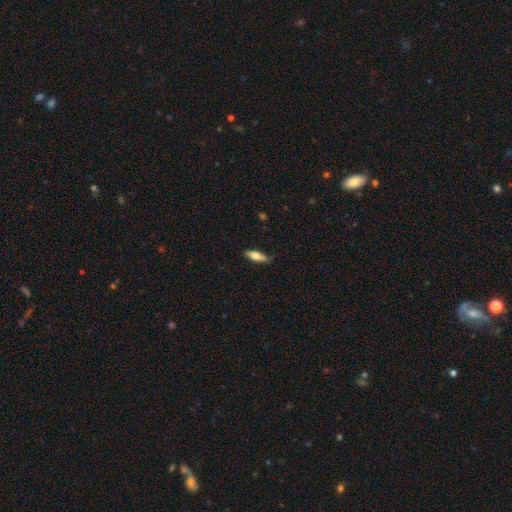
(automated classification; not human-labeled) Smooth or featured: smooth — 68% (featured or disk — 26%)
How rounded: in between — 52% (cigar-shaped — 45%)
Merging: none — 82% (minor disturbance — 15%)